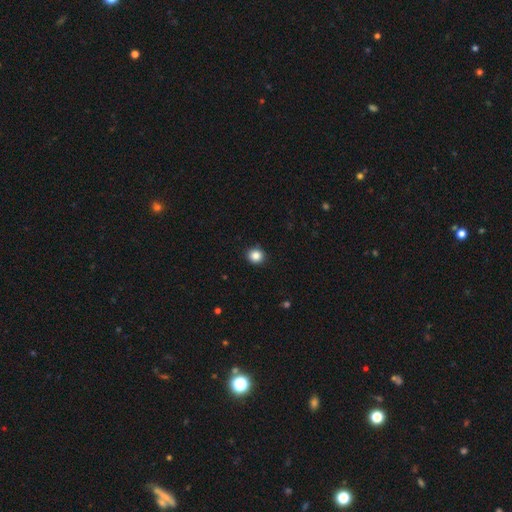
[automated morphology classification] type=smooth (86%); roundness=round (89%); merging=none (92%).